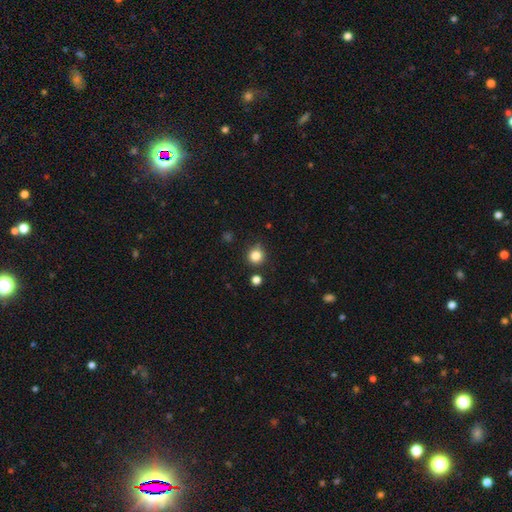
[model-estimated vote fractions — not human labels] Smooth or featured? smooth (83%)
How rounded? round (92%)
Merging? none (82%)